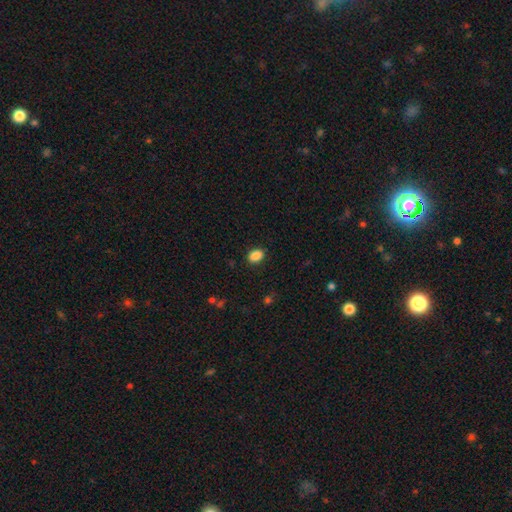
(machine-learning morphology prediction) This appears to be a smooth galaxy with no disk features (89%) that is in between round and cigar-shaped (79%). Merging: none (88%).